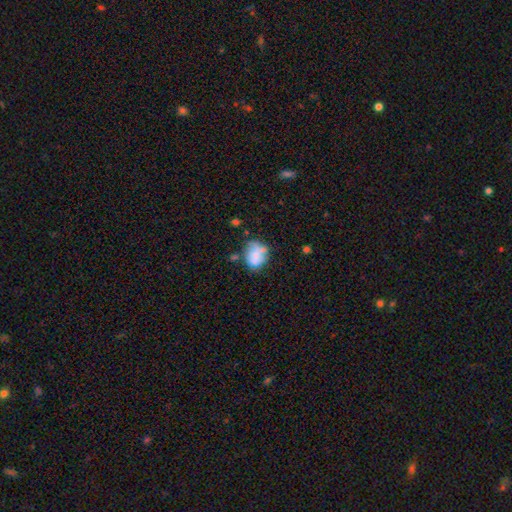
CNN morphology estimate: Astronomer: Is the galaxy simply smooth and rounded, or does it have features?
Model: smooth — 64%.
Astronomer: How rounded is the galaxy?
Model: in between — 56% (runner-up: round, 43%).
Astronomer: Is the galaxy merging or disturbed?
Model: none — 41% (runner-up: minor disturbance, 28%).